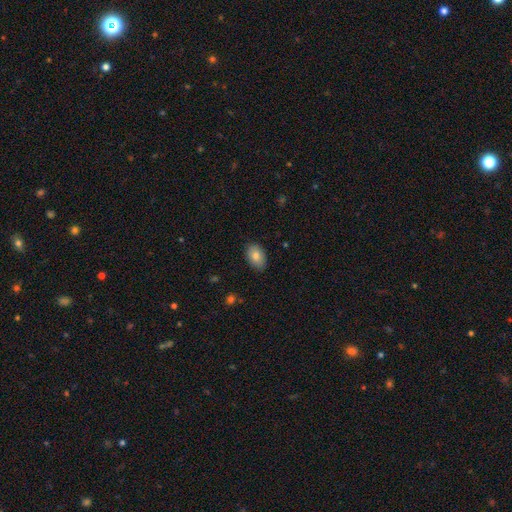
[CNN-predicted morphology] This is clearly a smooth galaxy (80%). How rounded: clearly in between (88%). Merging: clearly none (85%).